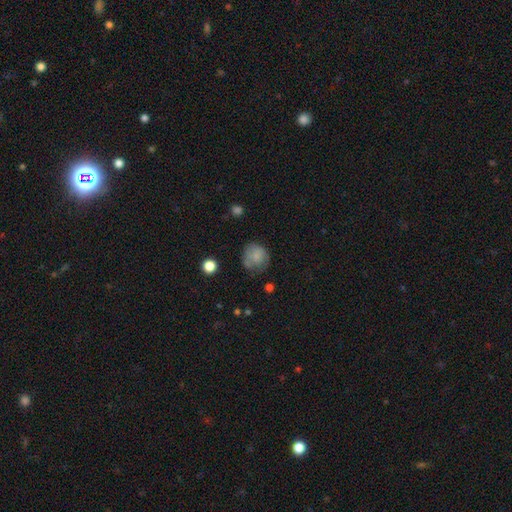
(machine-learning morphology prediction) Smooth or featured: smooth — 72% (featured or disk — 17%)
How rounded: round — 81% (in between — 18%)
Merging: none — 56% (minor disturbance — 25%)